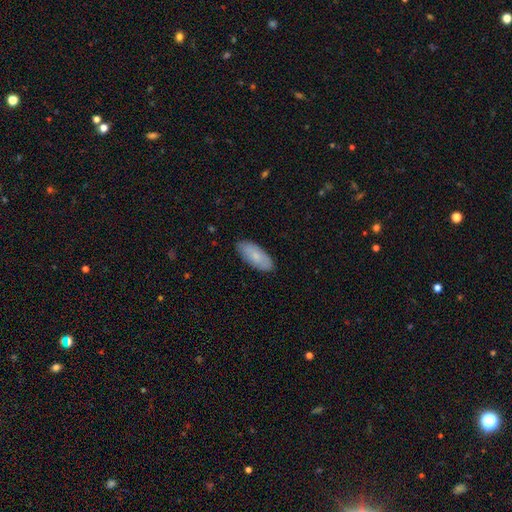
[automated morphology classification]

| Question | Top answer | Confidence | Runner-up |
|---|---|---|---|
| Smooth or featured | smooth | 73% | featured or disk (21%) |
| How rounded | in between | 85% | cigar-shaped (13%) |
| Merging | none | 86% | minor disturbance (11%) |